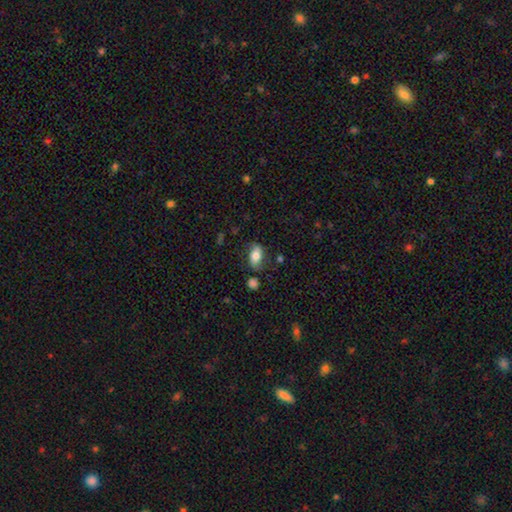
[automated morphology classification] This is likely a smooth galaxy (75%). How rounded: clearly in between (90%). Merging: likely none (71%).